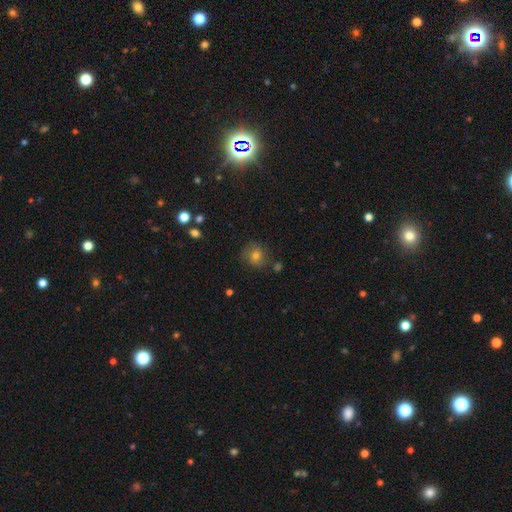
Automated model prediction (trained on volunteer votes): smooth 66%, featured or disk 19%, star or artifact 16%. Down the decision tree: how rounded — round (86%); merging — none (74%).